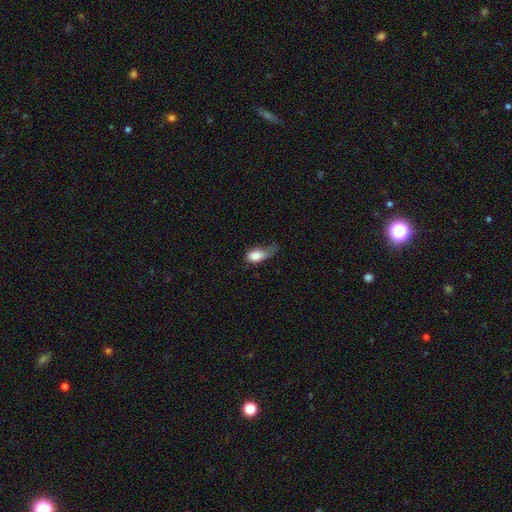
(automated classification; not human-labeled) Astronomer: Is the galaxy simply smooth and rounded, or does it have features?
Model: smooth — 80%.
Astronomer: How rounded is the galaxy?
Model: in between — 81%.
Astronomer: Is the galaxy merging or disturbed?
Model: major disturbance — 48% (runner-up: minor disturbance, 30%).